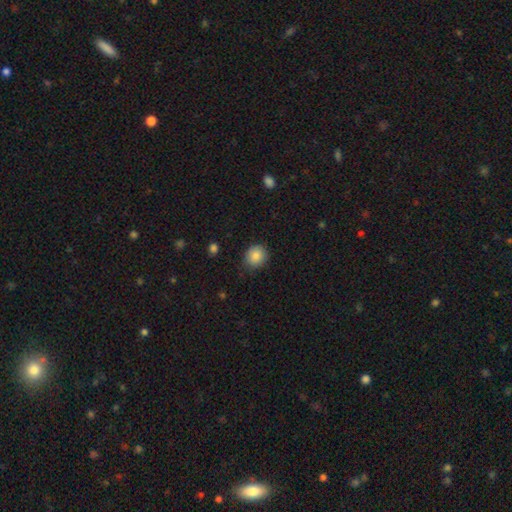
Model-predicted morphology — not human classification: smooth 86%, star or artifact 9%, featured or disk 6%. Down the decision tree: how rounded — round (80%); merging — none (84%).